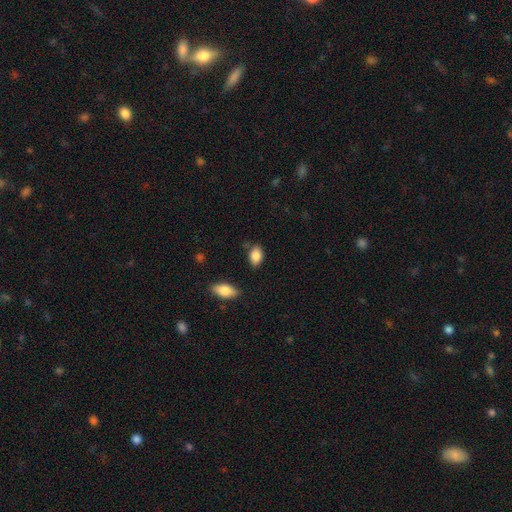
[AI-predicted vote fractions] A smooth galaxy with no disk features (87%) that is in between round and cigar-shaped (86%).

Vote fractions:
- Smooth or featured? smooth: 87% / star or artifact: 7% / featured or disk: 6%
- How rounded? in between: 86% / round: 12% / cigar-shaped: 2%
- Merging? none: 75% / minor disturbance: 18% / merger: 4% / major disturbance: 4%